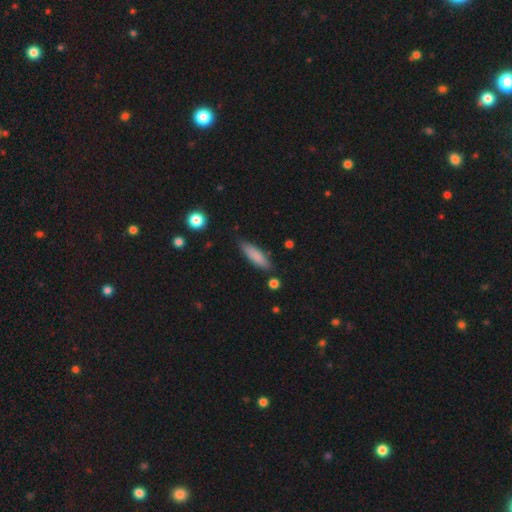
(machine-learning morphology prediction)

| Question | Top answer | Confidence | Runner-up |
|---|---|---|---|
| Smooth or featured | smooth | 82% | featured or disk (11%) |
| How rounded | cigar-shaped | 63% | in between (35%) |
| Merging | none | 81% | minor disturbance (14%) |